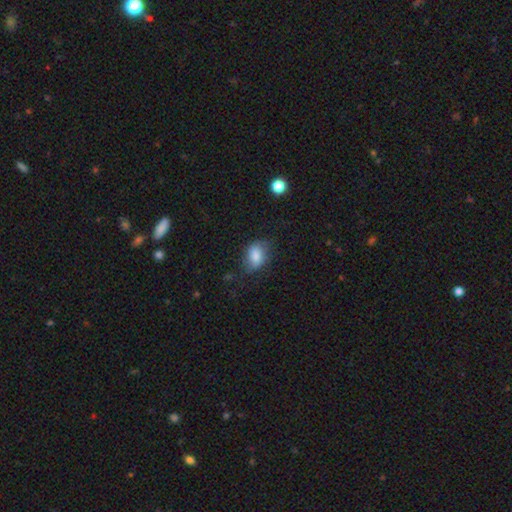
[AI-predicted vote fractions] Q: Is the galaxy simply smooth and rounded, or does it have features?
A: smooth — 82%.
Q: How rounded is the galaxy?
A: in between — 79%.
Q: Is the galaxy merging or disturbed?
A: none — 61%.